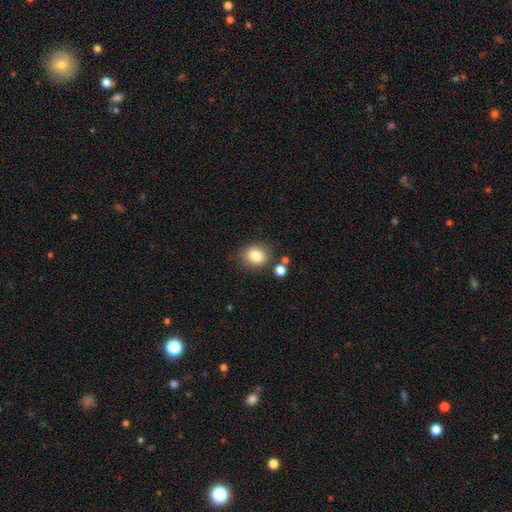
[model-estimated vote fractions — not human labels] Smooth or featured: smooth — 82% (star or artifact — 10%)
How rounded: round — 71% (in between — 29%)
Merging: none — 75% (minor disturbance — 14%)